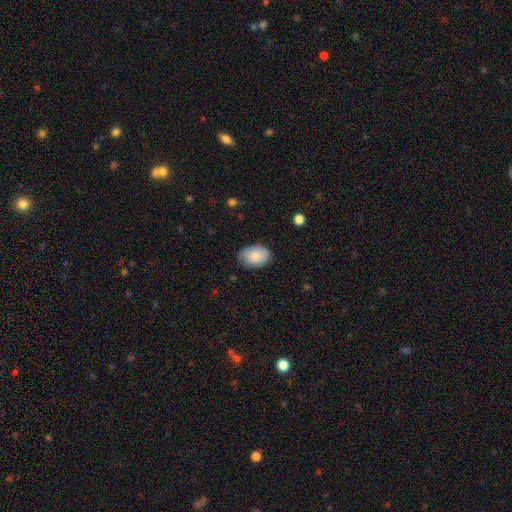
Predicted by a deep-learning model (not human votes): Smooth or featured? smooth (86%)
How rounded? in between (84%)
Merging? none (80%)